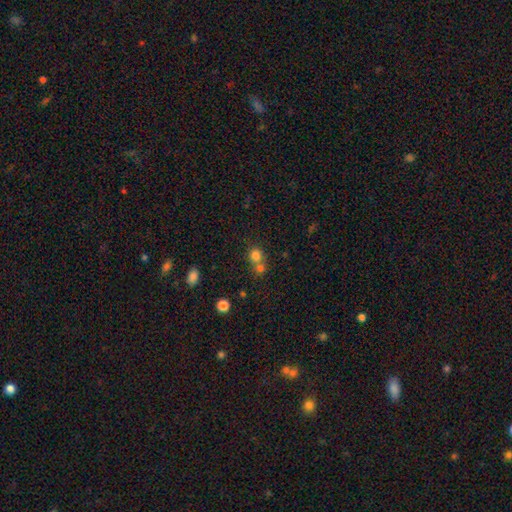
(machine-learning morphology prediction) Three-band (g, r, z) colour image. It shows a smooth galaxy with no disk features (78%) that is round (86%). Merging: none (49%).